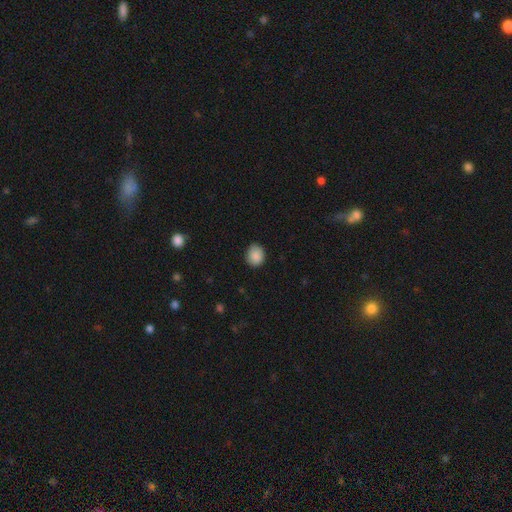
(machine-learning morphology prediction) Smooth or featured? Predicted: smooth (p=0.88). How rounded? Predicted: round (p=0.68). Merging? Predicted: none (p=0.82).